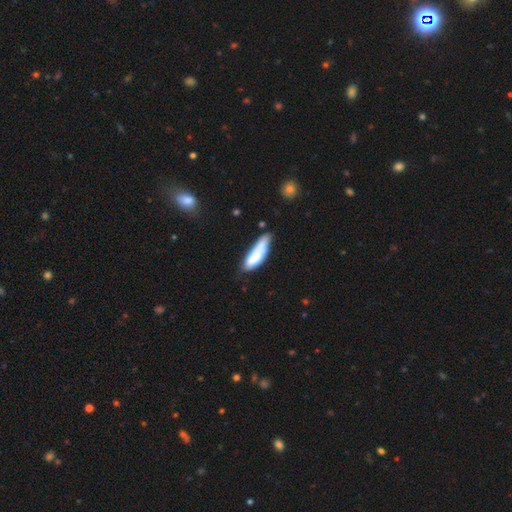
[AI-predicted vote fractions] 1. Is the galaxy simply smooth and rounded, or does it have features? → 75% smooth, 18% featured or disk, 7% star or artifact.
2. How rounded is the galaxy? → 52% cigar-shaped, 46% in between, 2% round.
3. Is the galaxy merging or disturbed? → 42% none, 36% minor disturbance, 13% major disturbance, 10% merger.